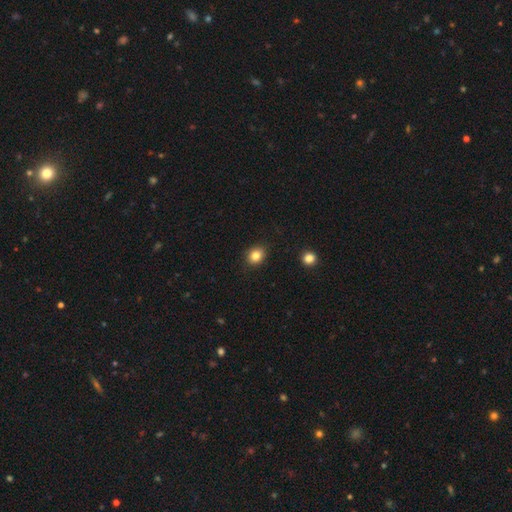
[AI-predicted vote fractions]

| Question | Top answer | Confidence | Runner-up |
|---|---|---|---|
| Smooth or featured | smooth | 83% | star or artifact (11%) |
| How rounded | round | 59% | in between (40%) |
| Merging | none | 89% | minor disturbance (8%) |